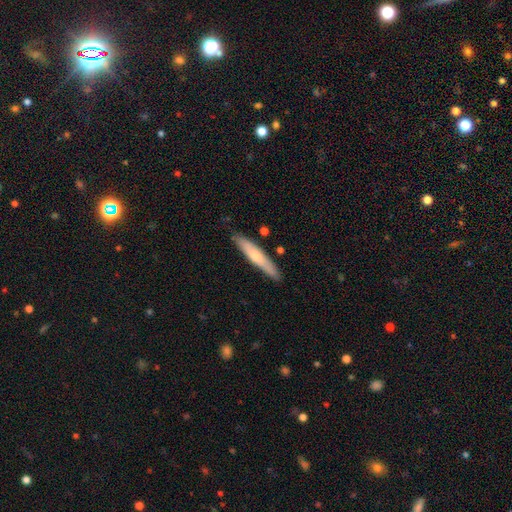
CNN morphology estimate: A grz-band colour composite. It shows a smooth galaxy with no disk features (58%) that is cigar-shaped (89%). Merging: none (84%).